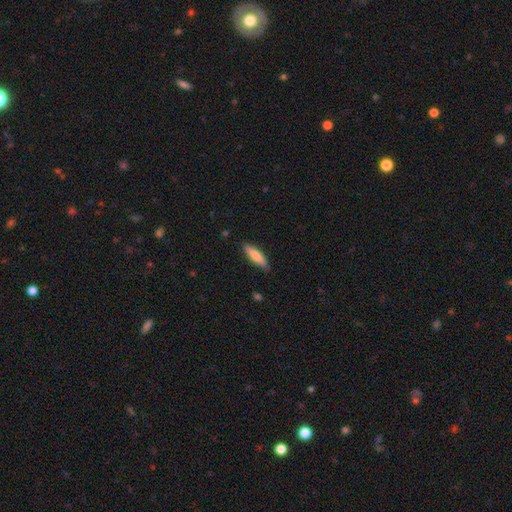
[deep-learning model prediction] Smooth or featured? smooth (74%)
How rounded? cigar-shaped (67%)
Merging? none (86%)